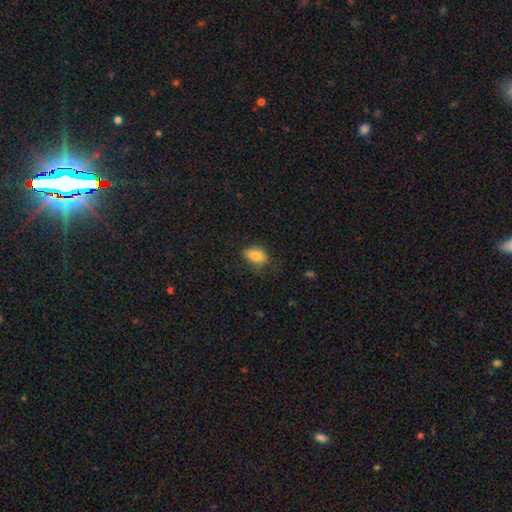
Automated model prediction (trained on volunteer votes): Smooth or featured?
  - smooth: 84% *
  - star or artifact: 8%
  - featured or disk: 8%
How rounded?
  - in between: 88% *
  - round: 9%
  - cigar-shaped: 2%
Merging?
  - none: 64% *
  - minor disturbance: 26%
  - major disturbance: 9%
  - merger: 1%